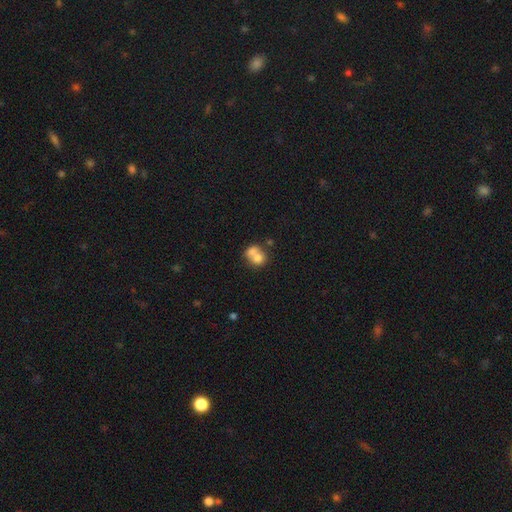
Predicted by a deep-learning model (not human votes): A smooth galaxy with no disk features (71%) that is round (68%).

Vote fractions:
- Smooth or featured? smooth: 71% / featured or disk: 20% / star or artifact: 9%
- How rounded? round: 68% / in between: 31% / cigar-shaped: 1%
- Merging? merger: 63% / none: 25% / minor disturbance: 7% / major disturbance: 5%